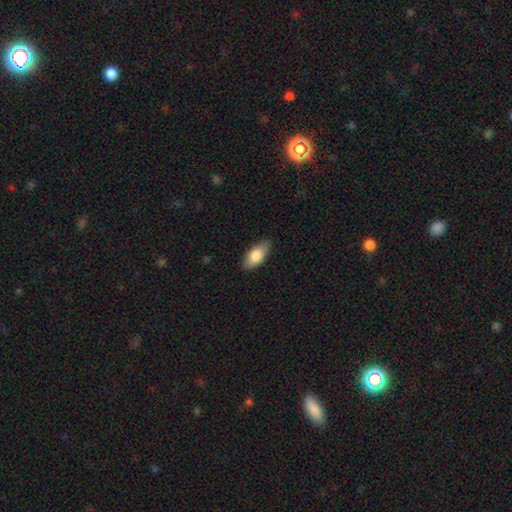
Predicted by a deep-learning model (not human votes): Morphology: type=smooth (82%); roundness=in between (89%); merging=none (86%).